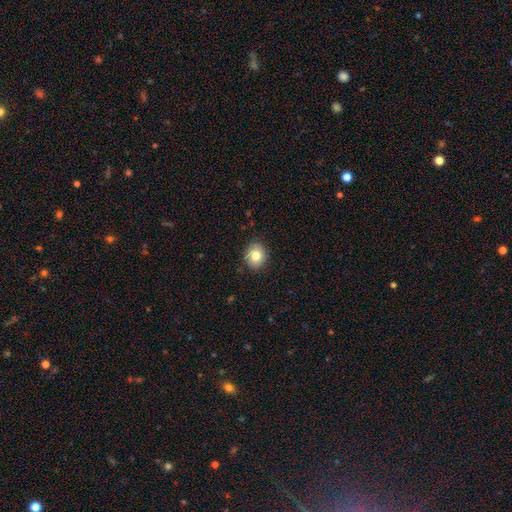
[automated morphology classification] A smooth galaxy with no disk features (80%) that is round (71%). Merging: none (87%).